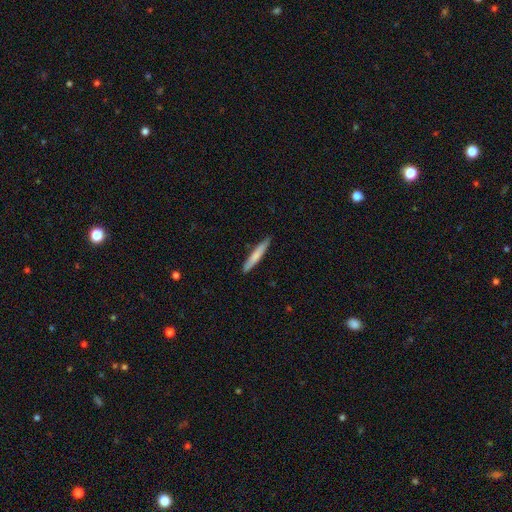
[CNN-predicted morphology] The model was most divided on "smooth or featured": smooth: 71%, featured or disk: 24%, star or artifact: 5%. More confident: how rounded — cigar-shaped (95%); merging — none (89%).